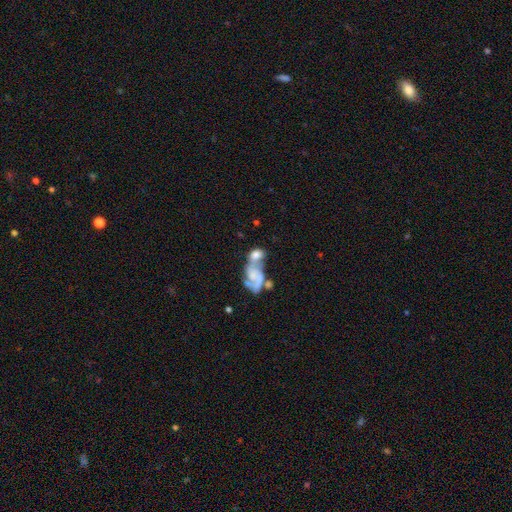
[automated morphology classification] Smooth or featured? Predicted: featured or disk (p=0.54). Edge-on disk? Predicted: no (p=0.96). Bar? Predicted: no (p=0.71). Spiral arms? Predicted: yes (p=0.72). Bulge size? Predicted: small (p=0.35). Merging? Predicted: merger (p=0.64).